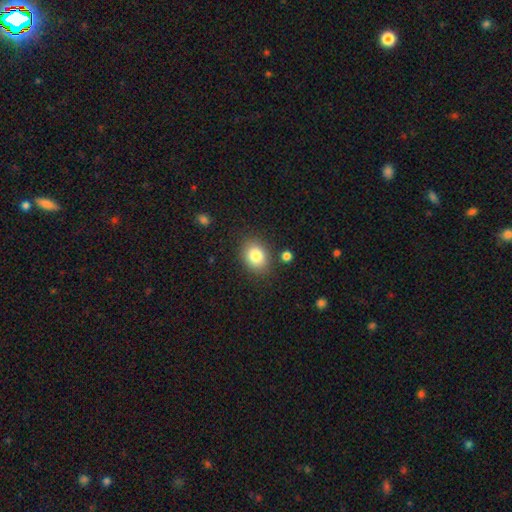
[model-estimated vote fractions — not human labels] The model was most divided on "how rounded": in between: 56%, round: 43%, cigar-shaped: 1%. More confident: smooth or featured — smooth (83%); merging — none (83%).